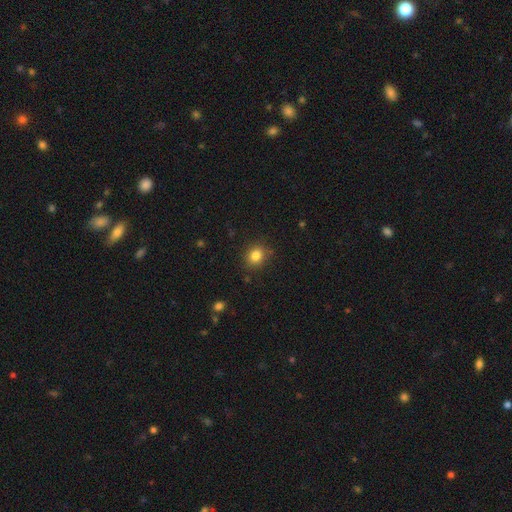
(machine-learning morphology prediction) Smooth or featured?
  - smooth: 82% *
  - star or artifact: 12%
  - featured or disk: 6%
How rounded?
  - round: 70% *
  - in between: 29%
  - cigar-shaped: 1%
Merging?
  - none: 86% *
  - minor disturbance: 10%
  - major disturbance: 3%
  - merger: 2%